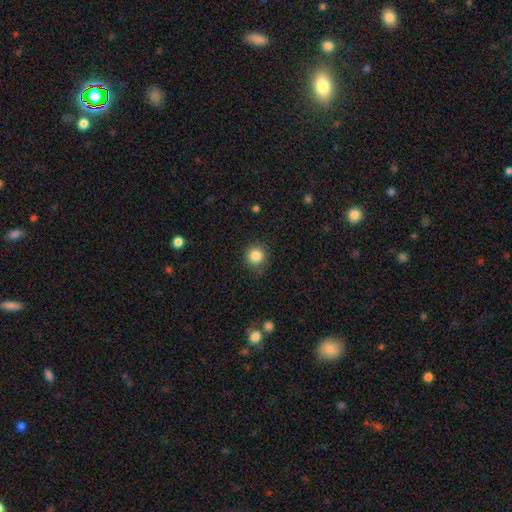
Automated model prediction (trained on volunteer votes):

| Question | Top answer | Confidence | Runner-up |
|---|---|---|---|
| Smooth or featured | smooth | 85% | star or artifact (11%) |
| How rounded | round | 93% | in between (6%) |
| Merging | none | 86% | minor disturbance (10%) |